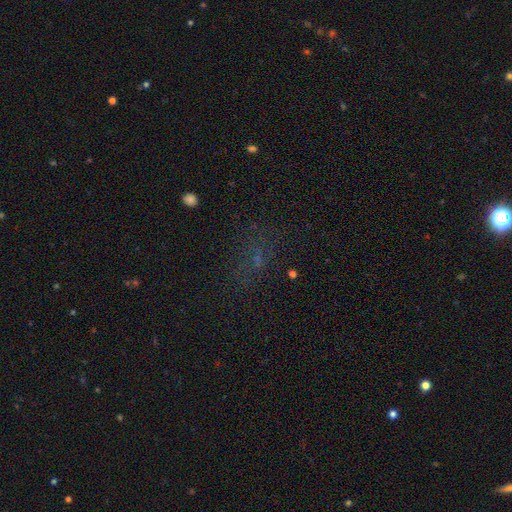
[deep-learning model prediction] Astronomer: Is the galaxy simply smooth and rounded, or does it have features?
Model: star or artifact — 49% (runner-up: smooth, 35%).